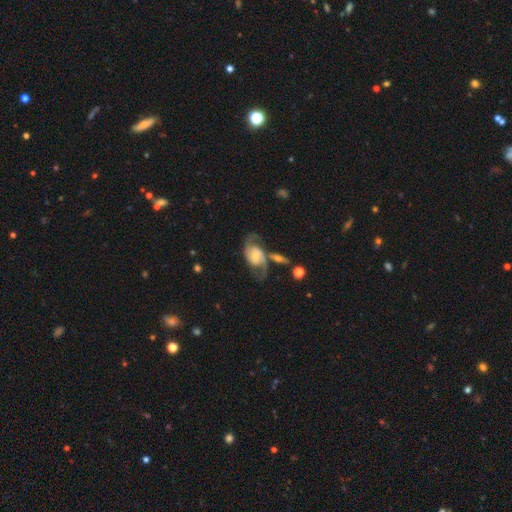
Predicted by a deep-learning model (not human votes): A featured or disk galaxy (82%) with no bar (57%), 2 (90%) medium (46%) spiral arms (95%) and a small central bulge (47%).

Vote fractions:
- Smooth or featured? featured or disk: 82% / smooth: 12% / star or artifact: 6%
- Edge-on disk? no: 96% / yes: 4%
- Bar? no: 57% / weak: 34% / strong: 9%
- Spiral arms? yes: 95% / no: 5%
- Spiral winding? medium: 46% / loose: 39% / tight: 15%
- Spiral arm count? 2: 90% / can't tell: 4% / 1: 2% / 3: 2% / 4: 1% / more than 4: 1%
- Bulge size? small: 47% / moderate: 40% / large: 7% / none: 4% / dominant: 2%
- Merging? none: 50% / merger: 20% / minor disturbance: 17% / major disturbance: 14%